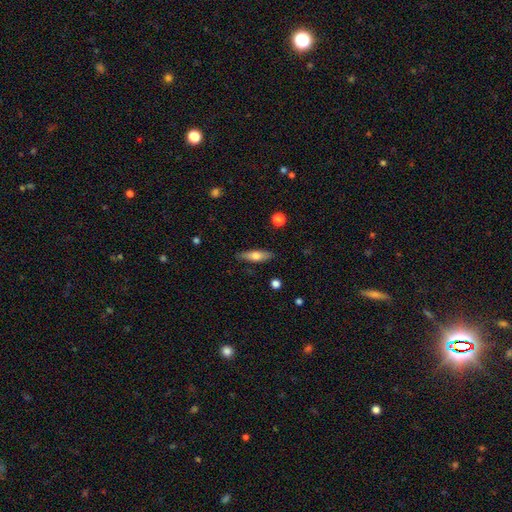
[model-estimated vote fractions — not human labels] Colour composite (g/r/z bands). It shows a smooth galaxy with no disk features (60%) that is cigar-shaped (55%). Merging: none (86%).